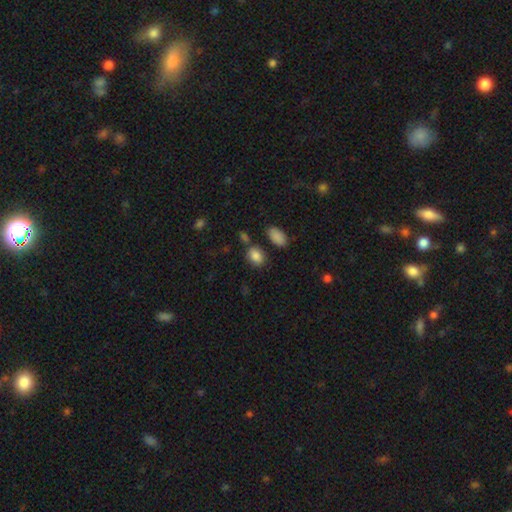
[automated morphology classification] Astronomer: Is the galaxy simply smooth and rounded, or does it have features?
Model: smooth — 87%.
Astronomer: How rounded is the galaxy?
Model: in between — 77%.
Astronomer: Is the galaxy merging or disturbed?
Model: none — 75%.